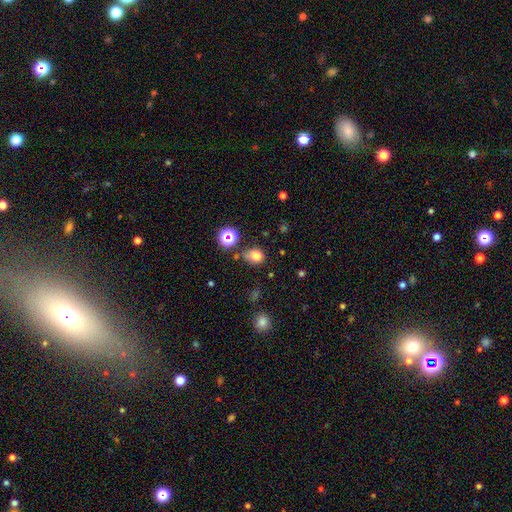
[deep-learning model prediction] Smooth or featured? Predicted: smooth (p=0.75). How rounded? Predicted: round (p=0.71). Merging? Predicted: none (p=0.70).